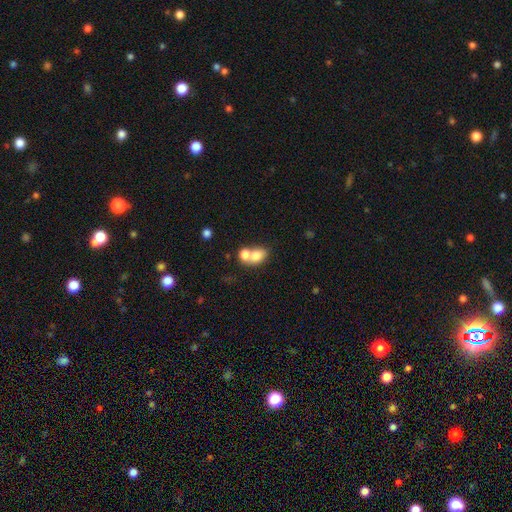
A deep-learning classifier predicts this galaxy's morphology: smooth 75%, featured or disk 15%, star or artifact 10%. Down the decision tree: how rounded — in between (63%); merging — merger (58%).